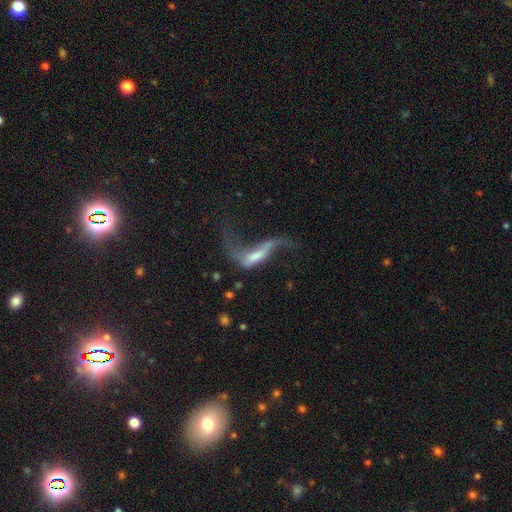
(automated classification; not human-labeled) The model was most divided on "bulge size": moderate: 31%, small: 29%, none: 26%, large: 11%, dominant: 3%. Remaining: edge-on disk — no (82%); spiral arms — yes (72%); smooth or featured — featured or disk (67%); merging — major disturbance (49%); bar — no (40%).